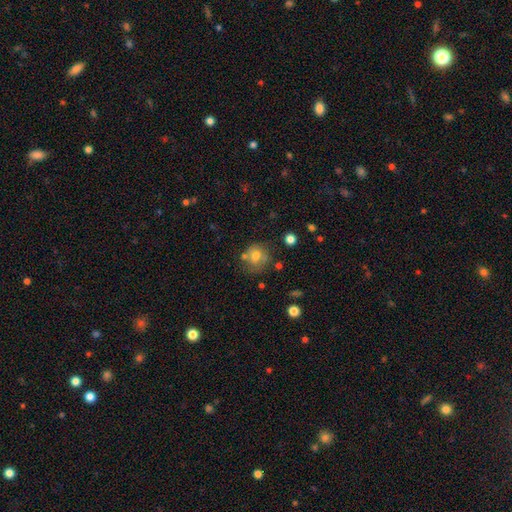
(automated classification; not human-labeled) Smooth or featured: smooth — 67% (featured or disk — 22%)
How rounded: round — 78% (in between — 21%)
Merging: none — 58% (minor disturbance — 21%)